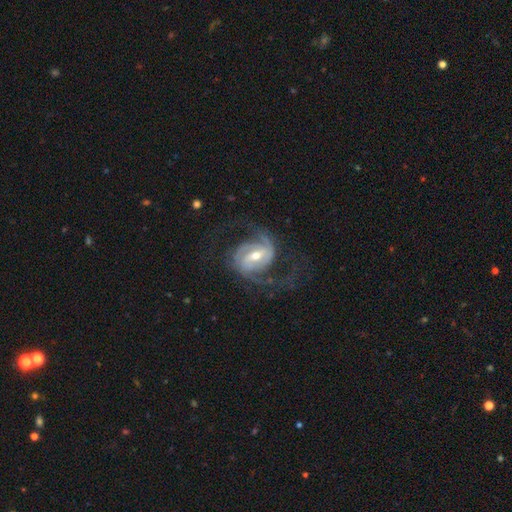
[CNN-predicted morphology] The model was most divided on "bar": weak: 44%, strong: 41%, no: 15%. Remaining: edge-on disk — no (98%); spiral arms — yes (97%); smooth or featured — featured or disk (90%); spiral arm count — 2 (68%); merging — none (64%); bulge size — moderate (59%); spiral winding — medium (50%).